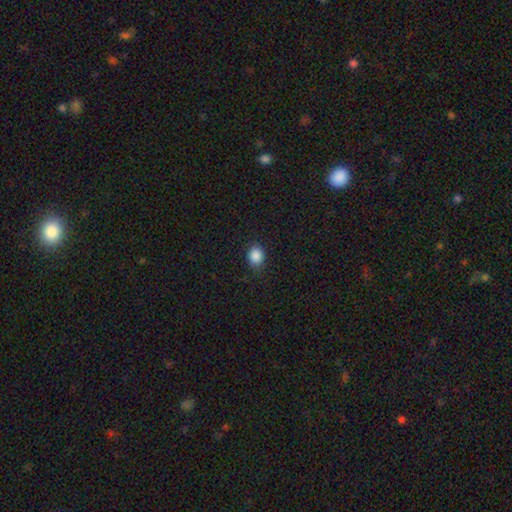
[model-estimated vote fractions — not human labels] smooth-or-featured: smooth: 88% | star or artifact: 9% | featured or disk: 3%
  how-rounded: round: 54% | in between: 45% | cigar-shaped: 1%
  merging: none: 87% | minor disturbance: 10% | major disturbance: 3% | merger: 1%